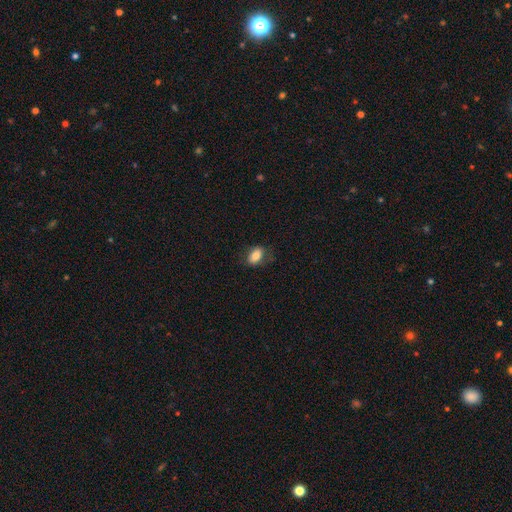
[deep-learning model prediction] Smooth or featured? smooth (81%)
How rounded? in between (86%)
Merging? none (75%)